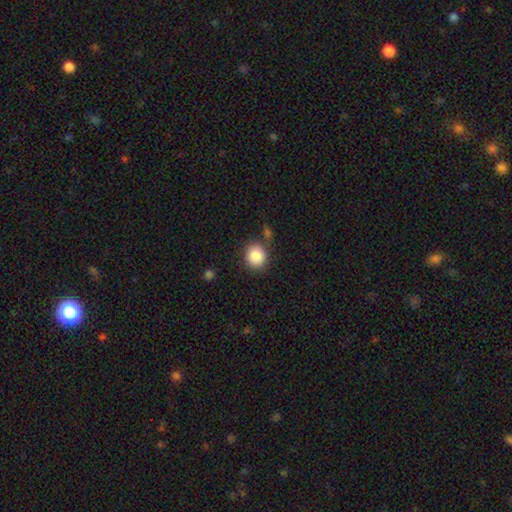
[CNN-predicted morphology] This is clearly a smooth galaxy (87%). How rounded: likely round (80%). Merging: likely none (79%).